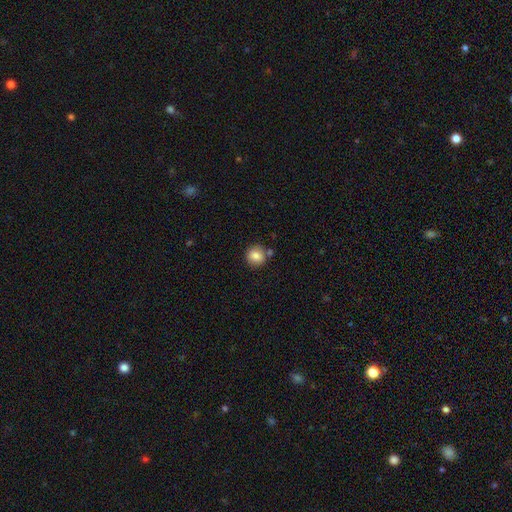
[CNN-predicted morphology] Q: Smooth or featured?
A: smooth (84%); runner-up: star or artifact (9%)
Q: How rounded?
A: round (89%); runner-up: in between (10%)
Q: Merging?
A: none (78%); runner-up: minor disturbance (10%)